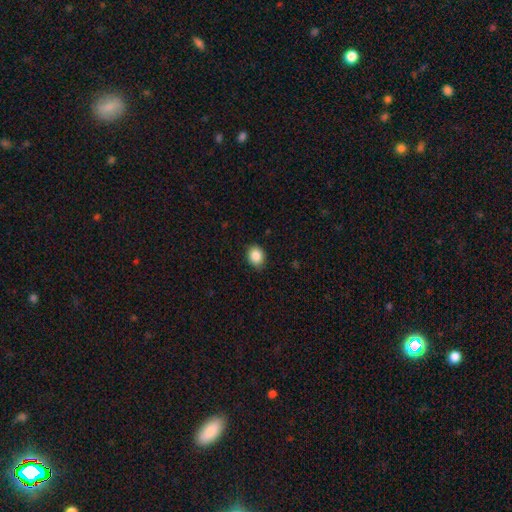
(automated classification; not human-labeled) smooth_or_featured: smooth (p=0.87) [alt: star or artifact p=0.09]
how_rounded: round (p=0.50) [alt: in between p=0.49]
merging: none (p=0.86) [alt: minor disturbance p=0.11]